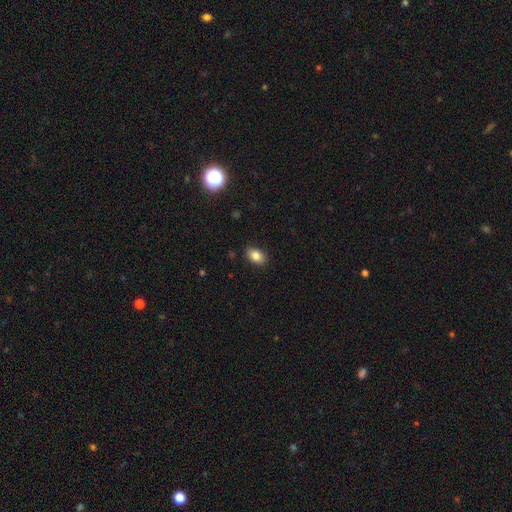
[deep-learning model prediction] Overall: smooth (84%). How rounded: in between (82%). Merging: none (87%).